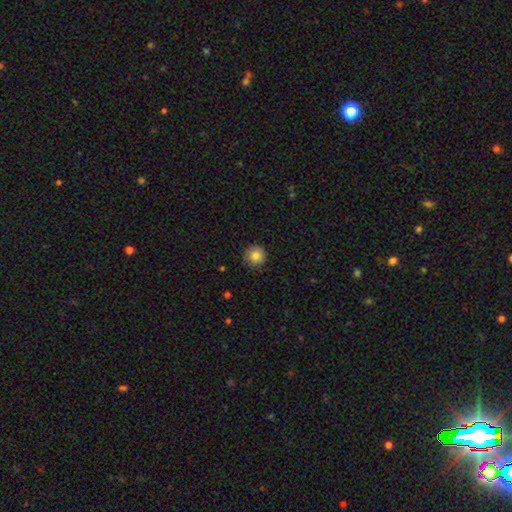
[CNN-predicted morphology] Smooth or featured?
  - smooth: 84% *
  - star or artifact: 9%
  - featured or disk: 7%
How rounded?
  - round: 95% *
  - in between: 4%
  - cigar-shaped: 1%
Merging?
  - none: 88% *
  - minor disturbance: 9%
  - major disturbance: 2%
  - merger: 1%